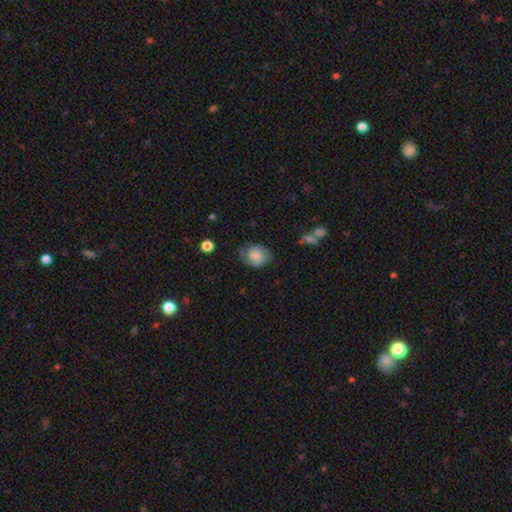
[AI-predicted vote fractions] smooth-or-featured: featured or disk: 53% | smooth: 39% | star or artifact: 8%
  disk-edge-on: no: 97% | yes: 3%
    bar: no: 69% | weak: 27% | strong: 4%
    has-spiral-arms: yes: 90% | no: 10%
    bulge-size: moderate: 29% | small: 28% | none: 22% | large: 17% | dominant: 4%
  merging: none: 65% | minor disturbance: 24% | major disturbance: 9% | merger: 2%